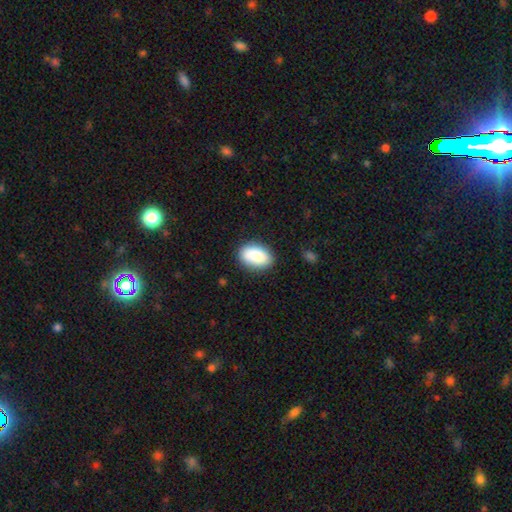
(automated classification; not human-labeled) This is clearly a smooth galaxy (87%). How rounded: clearly in between (89%). Merging: clearly none (82%).